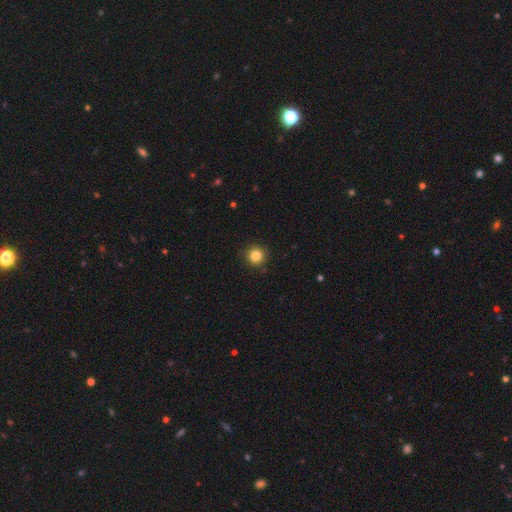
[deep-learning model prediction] This is clearly a smooth galaxy (84%). How rounded: clearly round (95%). Merging: clearly none (92%).